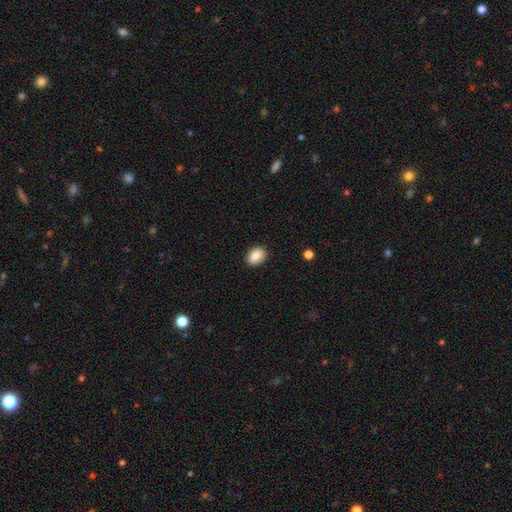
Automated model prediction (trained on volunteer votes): smooth 85%, star or artifact 8%, featured or disk 7%. Down the decision tree: how rounded — in between (70%); merging — none (87%).